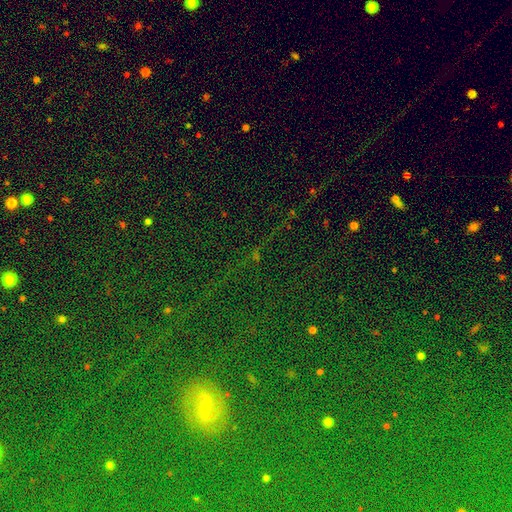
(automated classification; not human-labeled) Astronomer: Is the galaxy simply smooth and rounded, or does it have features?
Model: star or artifact — 77%.